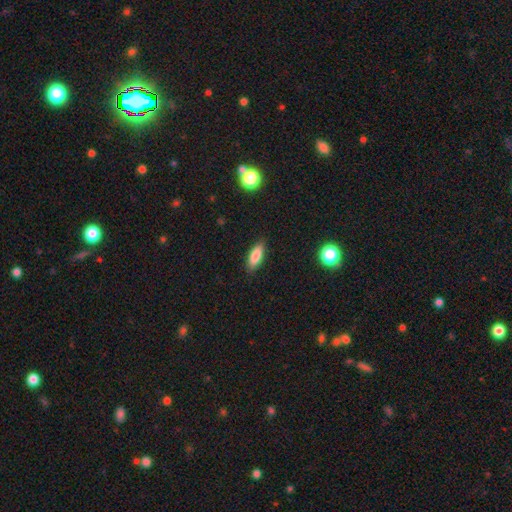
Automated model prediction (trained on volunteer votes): smooth-or-featured: smooth: 82% | featured or disk: 10% | star or artifact: 7%
  how-rounded: in between: 65% | cigar-shaped: 32% | round: 2%
  merging: none: 87% | minor disturbance: 10% | major disturbance: 2% | merger: 1%